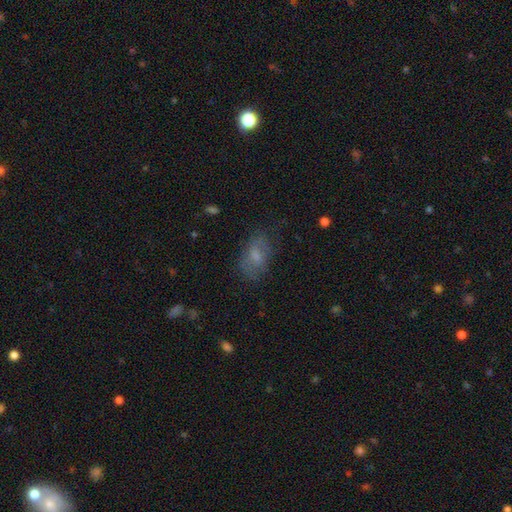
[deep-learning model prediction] Morphology: type=smooth (65%); roundness=in between (88%); merging=none (64%).